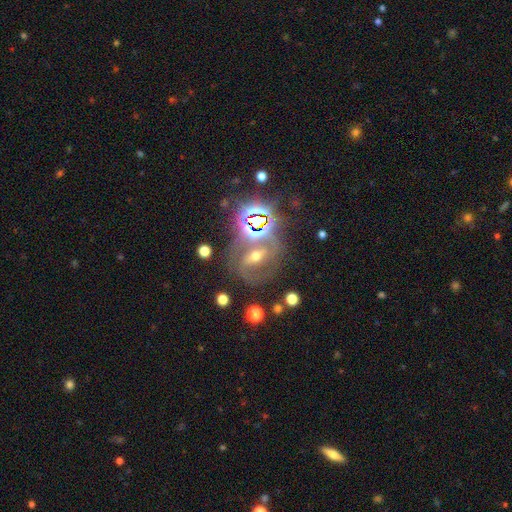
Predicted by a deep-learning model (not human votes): smooth-or-featured: featured or disk: 57% | star or artifact: 25% | smooth: 17%
  disk-edge-on: no: 93% | yes: 7%
    bar: strong: 48% | weak: 32% | no: 21%
    has-spiral-arms: yes: 77% | no: 23%
    bulge-size: moderate: 67% | small: 22% | large: 7% | none: 2% | dominant: 2%
  merging: none: 66% | minor disturbance: 14% | major disturbance: 10% | merger: 10%